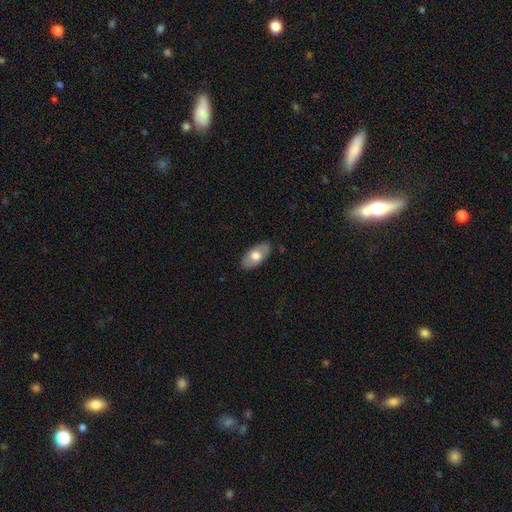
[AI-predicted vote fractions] smooth_or_featured: smooth (p=0.61) [alt: featured or disk p=0.33]
how_rounded: in between (p=0.92) [alt: round p=0.04]
merging: none (p=0.84) [alt: minor disturbance p=0.13]